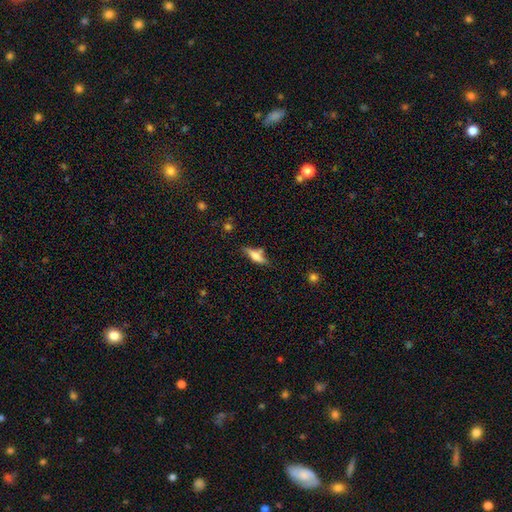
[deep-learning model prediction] smooth_or_featured: smooth (p=0.53) [alt: featured or disk p=0.38]
how_rounded: cigar-shaped (p=0.57) [alt: in between p=0.40]
merging: none (p=0.66) [alt: minor disturbance p=0.18]